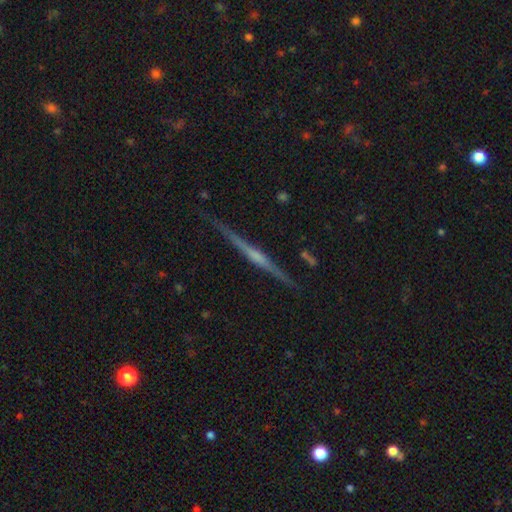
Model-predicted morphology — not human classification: Smooth or featured? featured or disk (83%)
Edge-on disk? yes (98%)
Edge-on bulge? rounded (71%)
Merging? none (90%)